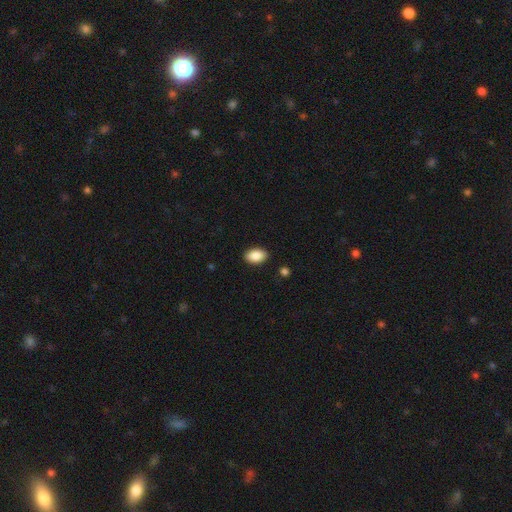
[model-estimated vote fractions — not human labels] Q: Smooth or featured?
A: smooth (89%); runner-up: star or artifact (7%)
Q: How rounded?
A: in between (91%); runner-up: round (8%)
Q: Merging?
A: none (89%); runner-up: minor disturbance (8%)